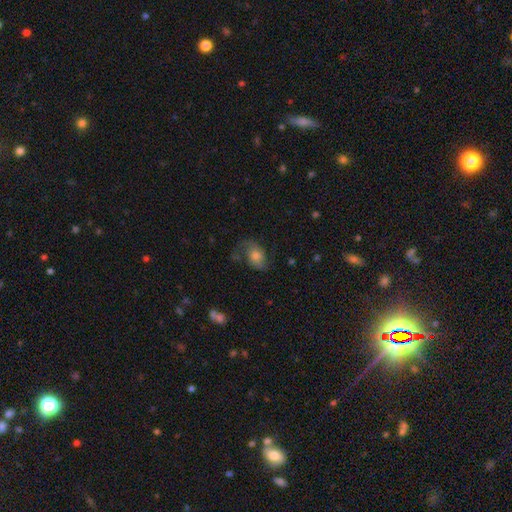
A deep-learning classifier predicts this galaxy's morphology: Smooth or featured? Predicted: featured or disk (p=0.54). Edge-on disk? Predicted: no (p=0.96). Bar? Predicted: no (p=0.72). Spiral arms? Predicted: yes (p=0.86). Bulge size? Predicted: moderate (p=0.48). Merging? Predicted: none (p=0.57).